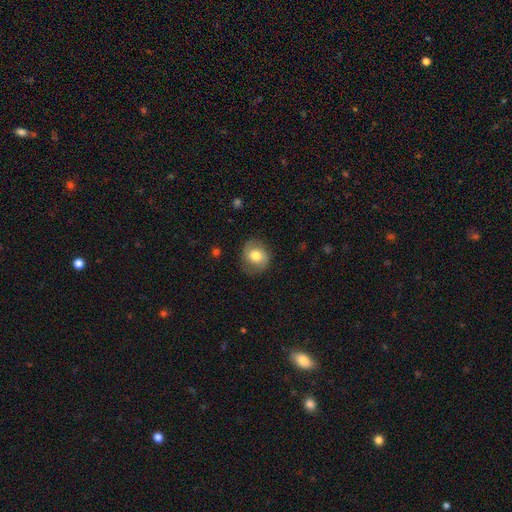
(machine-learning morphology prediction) This is likely a smooth galaxy (61%). How rounded: likely round (71%). Merging: likely none (77%).